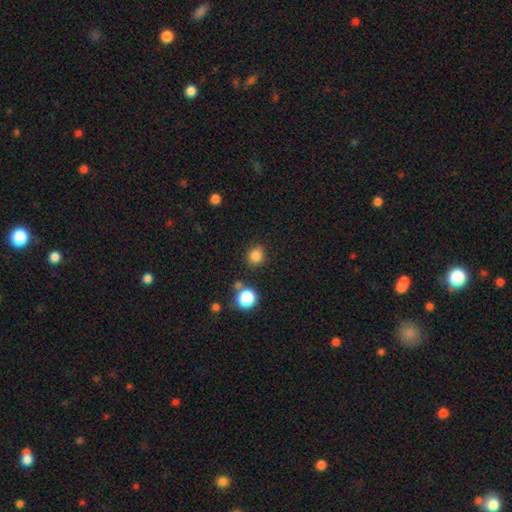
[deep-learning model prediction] The model was most divided on "smooth or featured": smooth: 83%, star or artifact: 13%, featured or disk: 4%. More confident: how rounded — round (87%); merging — none (84%).